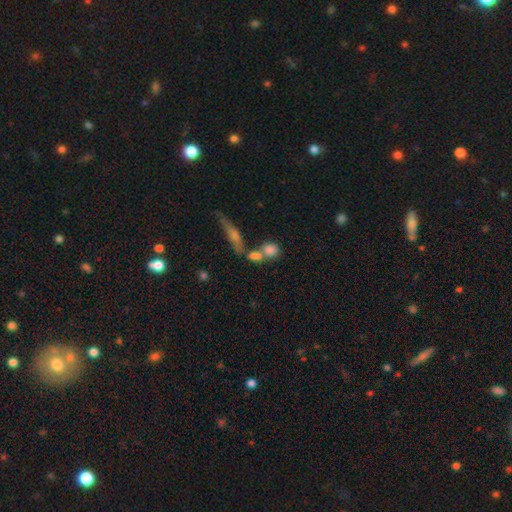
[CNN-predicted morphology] smooth_or_featured: smooth (p=0.74) [alt: featured or disk p=0.15]
how_rounded: in between (p=0.48) [alt: round p=0.38]
merging: merger (p=0.47) [alt: none p=0.38]